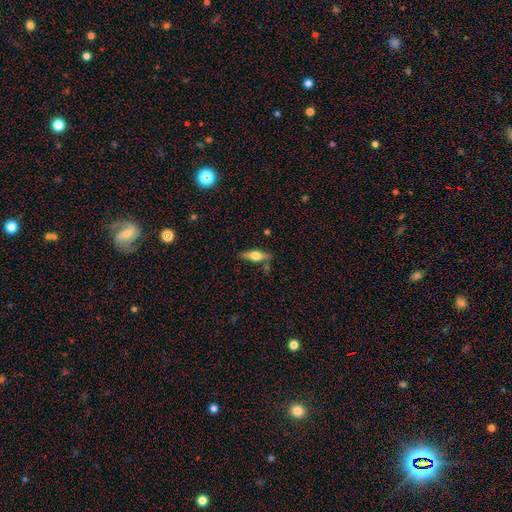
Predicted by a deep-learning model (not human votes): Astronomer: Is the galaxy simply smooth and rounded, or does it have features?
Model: featured or disk — 49% (runner-up: smooth, 45%).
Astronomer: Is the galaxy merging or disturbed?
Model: none — 77%.